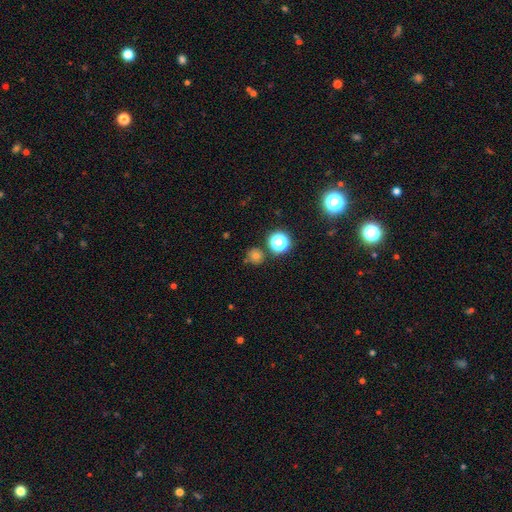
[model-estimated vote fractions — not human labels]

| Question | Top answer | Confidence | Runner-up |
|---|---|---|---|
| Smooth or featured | smooth | 62% | star or artifact (29%) |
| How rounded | round | 91% | in between (8%) |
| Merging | none | 77% | minor disturbance (11%) |